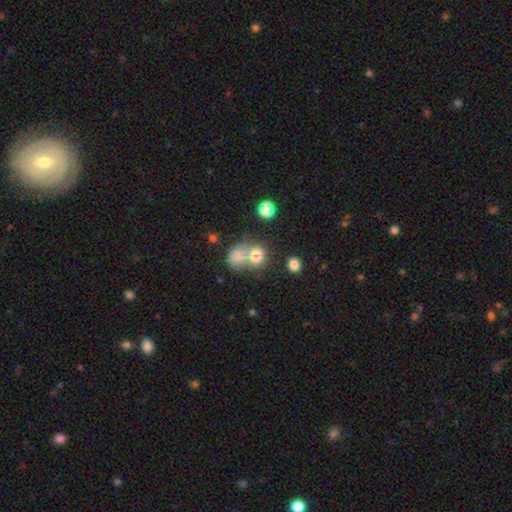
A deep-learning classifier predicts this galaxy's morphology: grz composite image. It shows a smooth galaxy with no disk features (75%) that is round (70%). Merging: merger (49%).